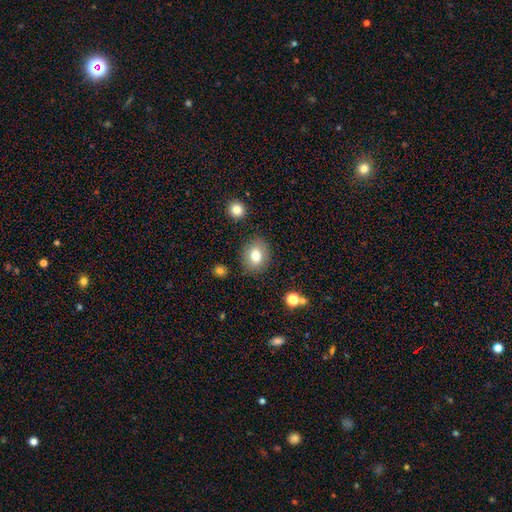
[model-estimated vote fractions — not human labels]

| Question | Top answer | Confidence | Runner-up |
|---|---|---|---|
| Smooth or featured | smooth | 77% | featured or disk (12%) |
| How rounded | round | 61% | in between (38%) |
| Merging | none | 84% | minor disturbance (10%) |